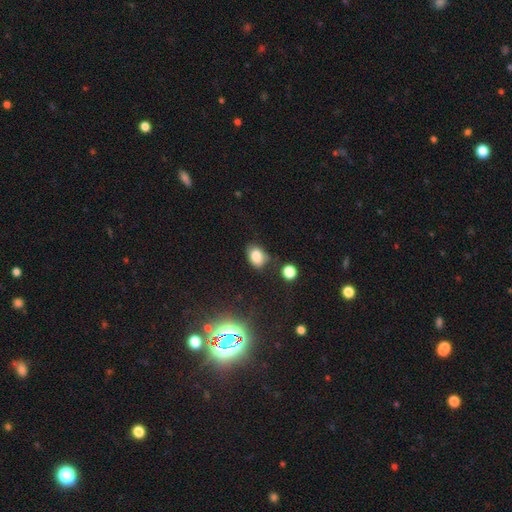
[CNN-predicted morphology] Smooth or featured? smooth (78%)
How rounded? in between (80%)
Merging? none (55%)